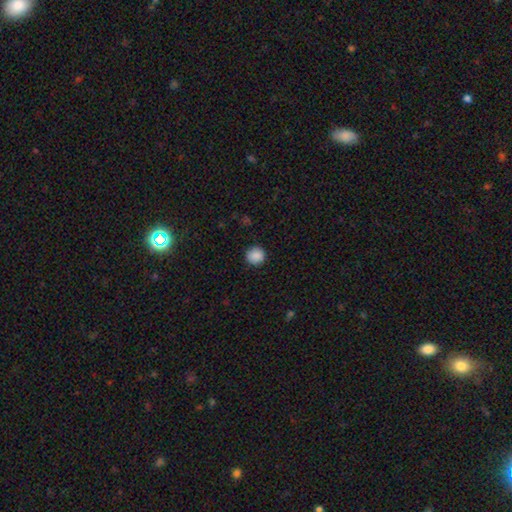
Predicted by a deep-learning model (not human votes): Q: Smooth or featured?
A: smooth (89%); runner-up: star or artifact (9%)
Q: How rounded?
A: round (92%); runner-up: in between (7%)
Q: Merging?
A: none (89%); runner-up: minor disturbance (7%)